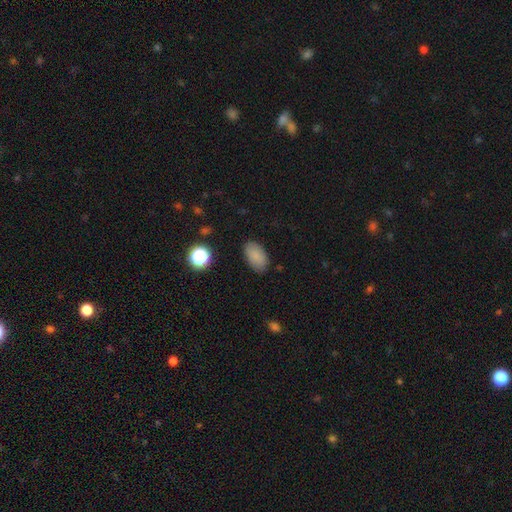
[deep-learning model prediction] Morphology: type=smooth (85%); roundness=in between (92%); merging=none (84%).